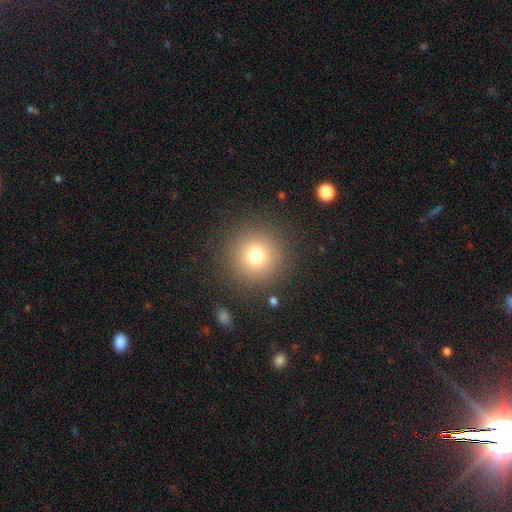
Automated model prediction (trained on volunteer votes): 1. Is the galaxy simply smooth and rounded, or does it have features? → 75% smooth, 14% star or artifact, 10% featured or disk.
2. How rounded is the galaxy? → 95% round, 4% in between, 1% cigar-shaped.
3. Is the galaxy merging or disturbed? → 88% none, 7% minor disturbance, 4% major disturbance, 2% merger.